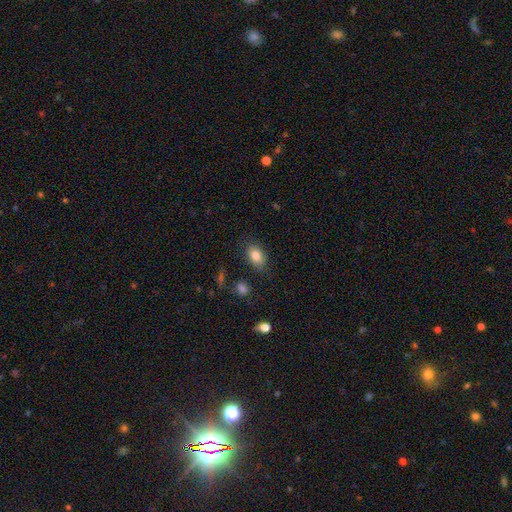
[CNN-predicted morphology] A smooth galaxy with no disk features (84%) that is in between round and cigar-shaped (85%).

Vote fractions:
- Smooth or featured? smooth: 84% / star or artifact: 8% / featured or disk: 8%
- How rounded? in between: 85% / round: 13% / cigar-shaped: 2%
- Merging? none: 79% / minor disturbance: 15% / major disturbance: 4% / merger: 2%